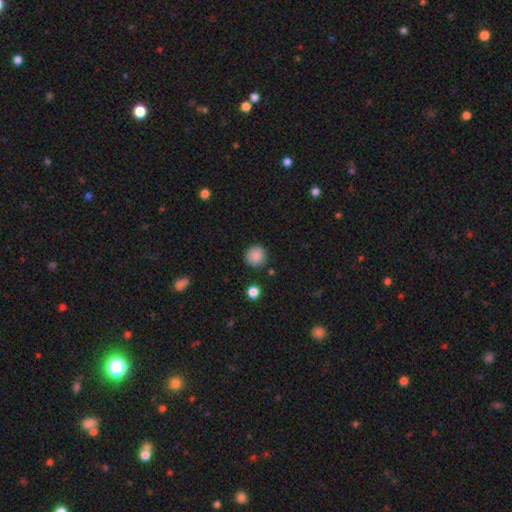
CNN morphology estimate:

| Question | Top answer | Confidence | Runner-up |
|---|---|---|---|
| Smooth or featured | smooth | 88% | star or artifact (9%) |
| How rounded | round | 94% | in between (5%) |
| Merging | none | 90% | minor disturbance (6%) |